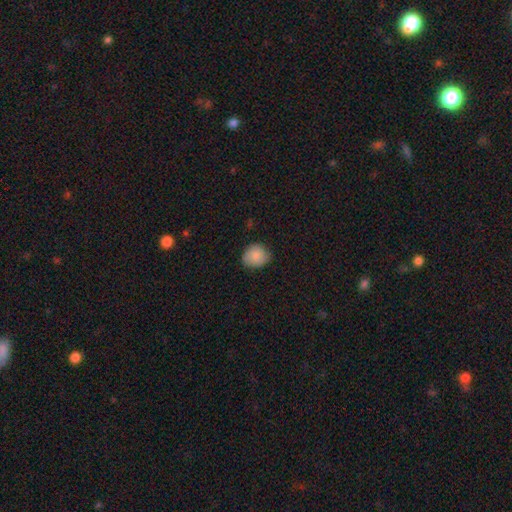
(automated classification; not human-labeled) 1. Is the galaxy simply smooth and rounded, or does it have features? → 86% smooth, 7% star or artifact, 7% featured or disk.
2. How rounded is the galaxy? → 72% round, 28% in between, 1% cigar-shaped.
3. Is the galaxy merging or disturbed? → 76% none, 20% minor disturbance, 3% major disturbance, 1% merger.